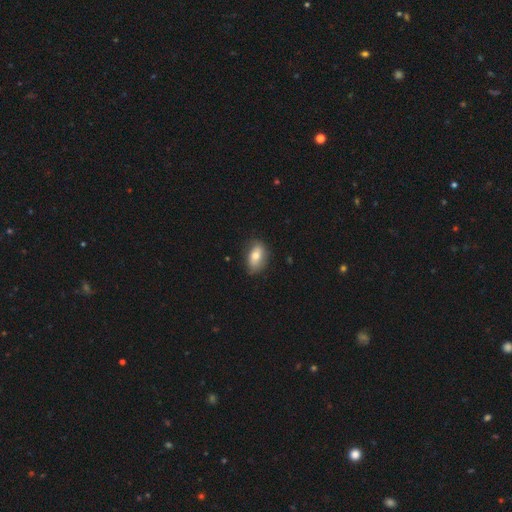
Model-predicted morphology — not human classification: smooth-or-featured: smooth: 71% | featured or disk: 21% | star or artifact: 7%
  how-rounded: in between: 88% | round: 10% | cigar-shaped: 3%
  merging: none: 76% | minor disturbance: 19% | major disturbance: 3% | merger: 1%